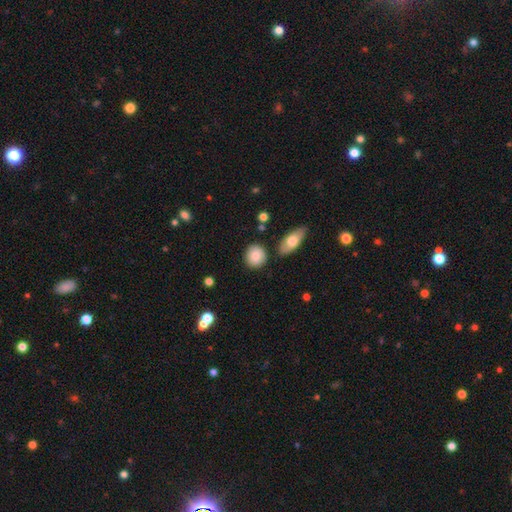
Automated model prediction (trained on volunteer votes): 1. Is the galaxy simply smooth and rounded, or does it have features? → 84% smooth, 9% featured or disk, 7% star or artifact.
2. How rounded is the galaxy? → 81% round, 18% in between, 2% cigar-shaped.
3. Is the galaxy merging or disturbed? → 81% none, 11% minor disturbance, 5% merger, 3% major disturbance.